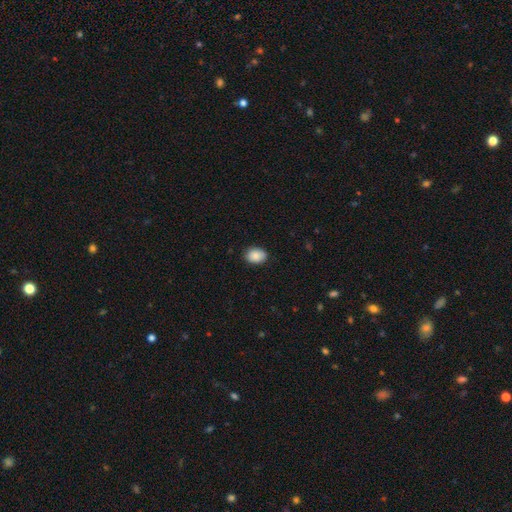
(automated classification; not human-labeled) This is clearly a smooth galaxy (89%). How rounded: likely in between (71%). Merging: clearly none (87%).